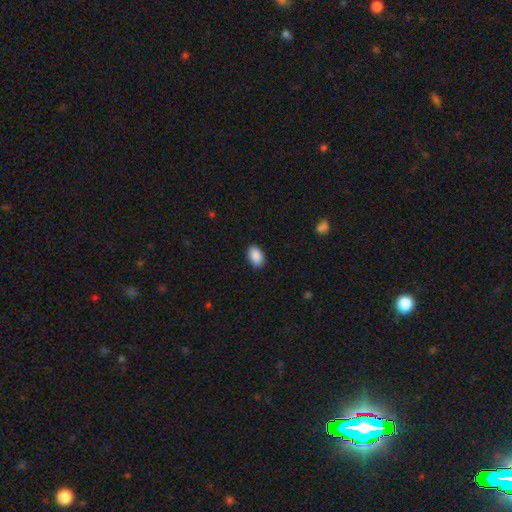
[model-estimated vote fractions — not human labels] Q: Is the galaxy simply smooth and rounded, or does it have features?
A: smooth — 90%.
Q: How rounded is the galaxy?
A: in between — 91%.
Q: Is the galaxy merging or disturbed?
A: none — 88%.